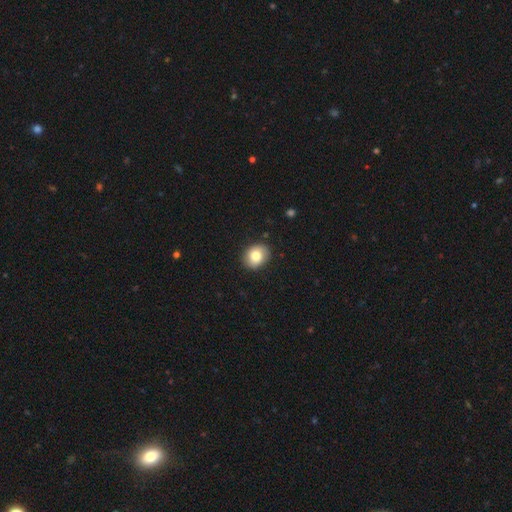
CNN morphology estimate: Smooth or featured: smooth — 80% (featured or disk — 12%)
How rounded: round — 54% (in between — 45%)
Merging: none — 87% (minor disturbance — 10%)